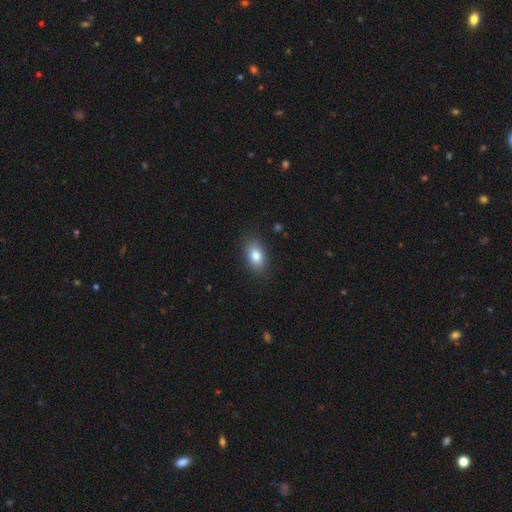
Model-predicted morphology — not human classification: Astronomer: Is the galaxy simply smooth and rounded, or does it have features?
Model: smooth — 83%.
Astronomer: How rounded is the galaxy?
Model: in between — 87%.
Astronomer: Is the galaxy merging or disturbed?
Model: none — 86%.